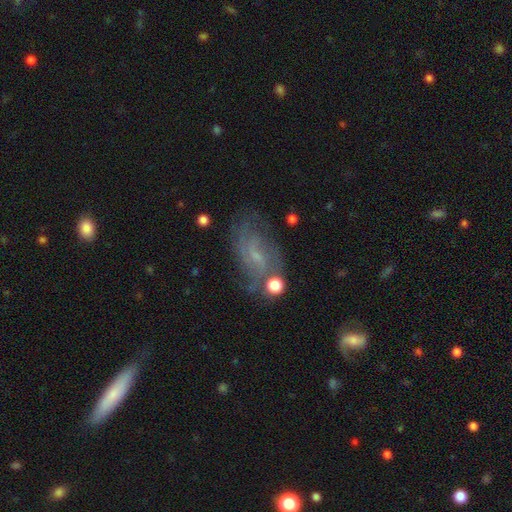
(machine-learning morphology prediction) This appears to be a featured or disk galaxy (64%) with no bar (47%), spiral arms (81%) and a small central bulge (67%). Merging: none (61%).